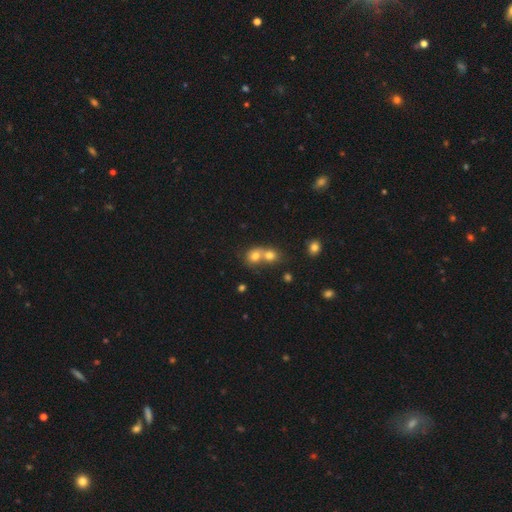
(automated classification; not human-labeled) Smooth or featured? Predicted: smooth (p=0.75). How rounded? Predicted: round (p=0.72). Merging? Predicted: merger (p=0.67).